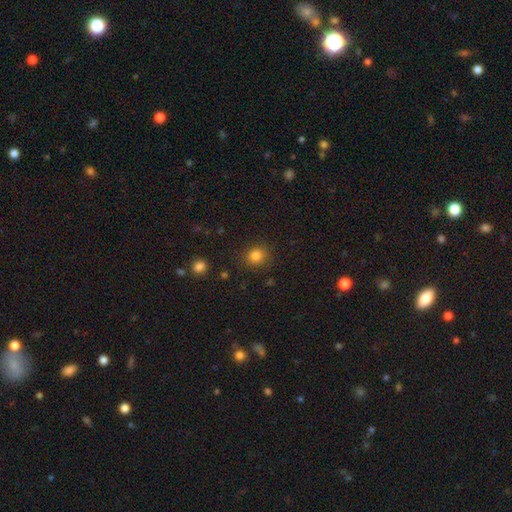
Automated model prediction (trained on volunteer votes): A smooth galaxy with no disk features (83%) that is round (83%).

Vote fractions:
- Smooth or featured? smooth: 83% / star or artifact: 12% / featured or disk: 5%
- How rounded? round: 83% / in between: 16% / cigar-shaped: 1%
- Merging? none: 85% / minor disturbance: 10% / major disturbance: 3% / merger: 2%